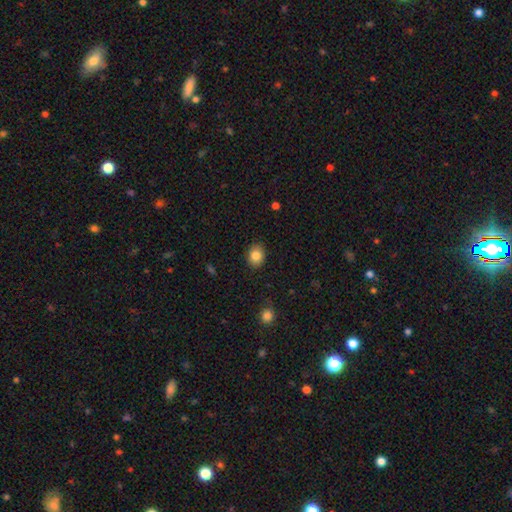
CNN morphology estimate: Smooth or featured?
  - smooth: 84% *
  - star or artifact: 9%
  - featured or disk: 6%
How rounded?
  - in between: 52% *
  - round: 47%
  - cigar-shaped: 1%
Merging?
  - none: 87% *
  - minor disturbance: 9%
  - major disturbance: 2%
  - merger: 1%